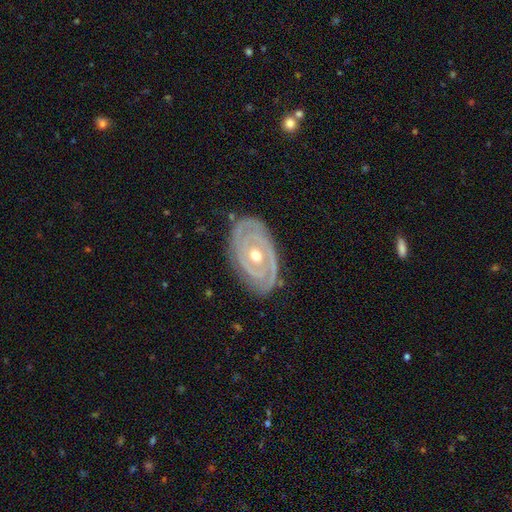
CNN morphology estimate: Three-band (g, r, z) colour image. It shows a featured or disk galaxy (89%) with no bar (75%), 2 (58%) tight (81%) spiral arms (94%) and a moderate central bulge (66%). Merging: none (80%).